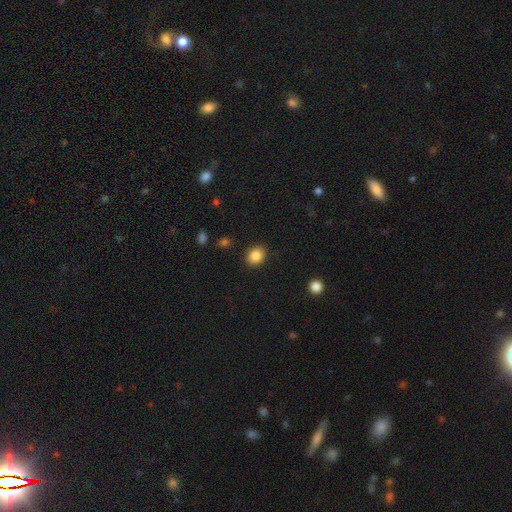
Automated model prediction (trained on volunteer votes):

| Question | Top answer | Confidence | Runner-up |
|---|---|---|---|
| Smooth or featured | smooth | 86% | star or artifact (9%) |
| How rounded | round | 60% | in between (39%) |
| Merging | none | 89% | minor disturbance (8%) |